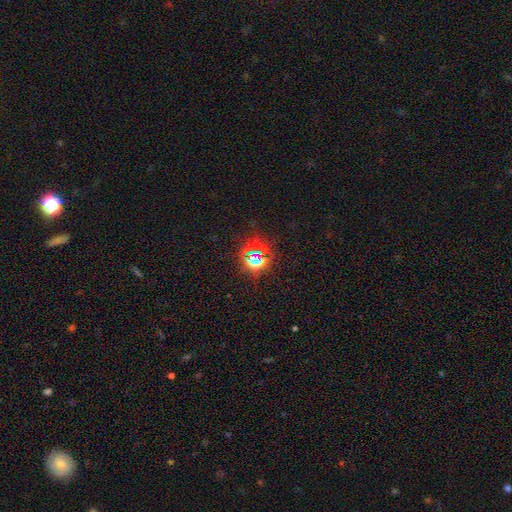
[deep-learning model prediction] A star or artifact, not a galaxy (66%).